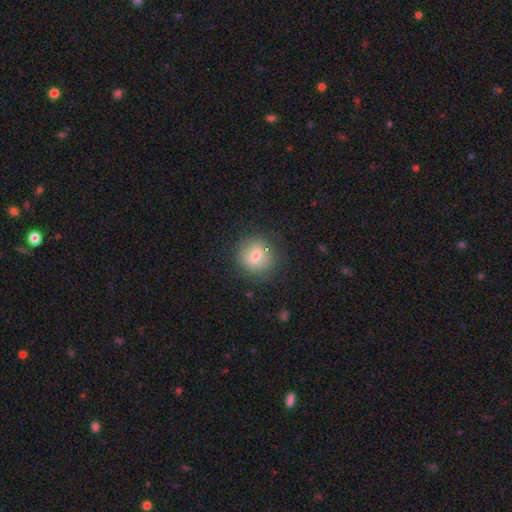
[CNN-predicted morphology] Smooth or featured? smooth (68%)
How rounded? round (90%)
Merging? none (81%)